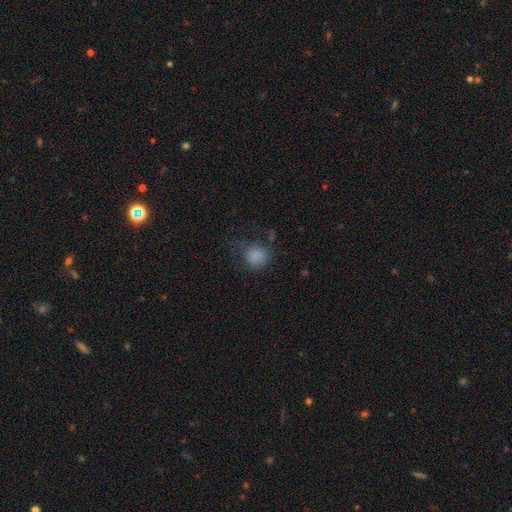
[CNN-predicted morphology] type=smooth (82%); roundness=round (81%); merging=none (57%).